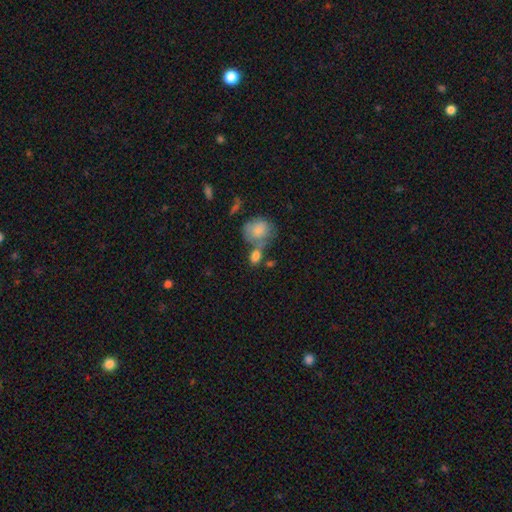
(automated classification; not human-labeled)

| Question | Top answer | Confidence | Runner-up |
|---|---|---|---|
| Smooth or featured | smooth | 80% | featured or disk (11%) |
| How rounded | in between | 59% | round (38%) |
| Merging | none | 41% | merger (39%) |